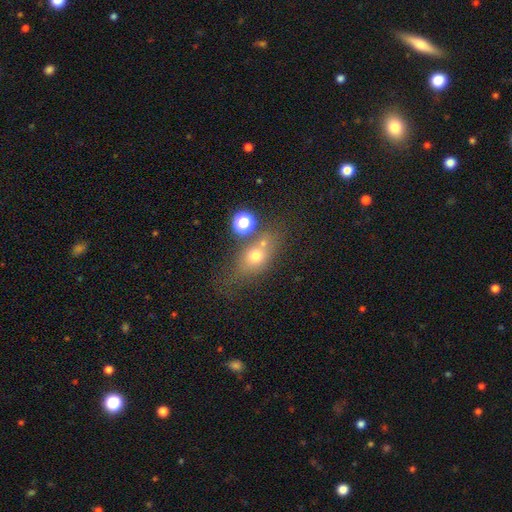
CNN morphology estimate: This is likely a smooth galaxy (62%). How rounded: possibly in between (54%). Merging: possibly none (50%).